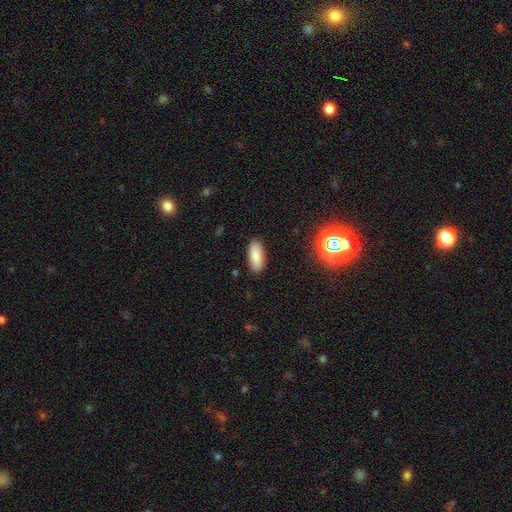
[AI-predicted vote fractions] Smooth or featured: smooth — 84% (star or artifact — 8%)
How rounded: in between — 80% (cigar-shaped — 18%)
Merging: none — 89% (minor disturbance — 8%)